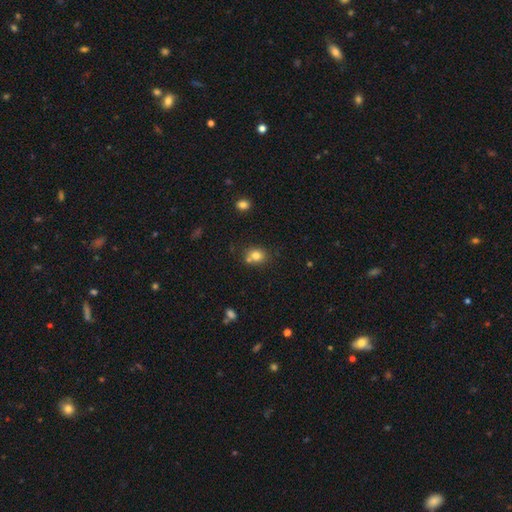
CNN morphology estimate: This appears to be a smooth galaxy with no disk features (78%) that is round (68%). Merging: none (61%).